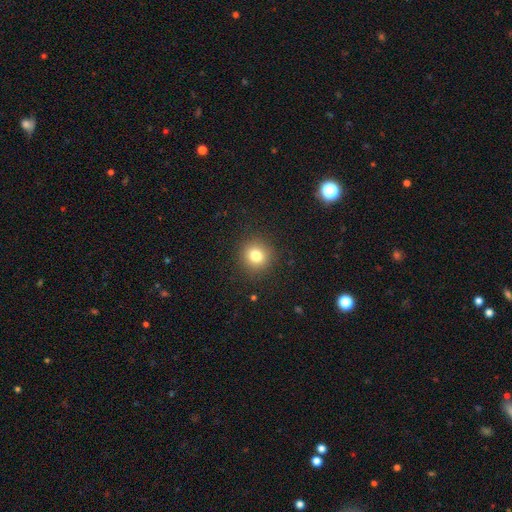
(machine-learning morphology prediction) Smooth or featured? smooth (80%)
How rounded? round (90%)
Merging? none (90%)